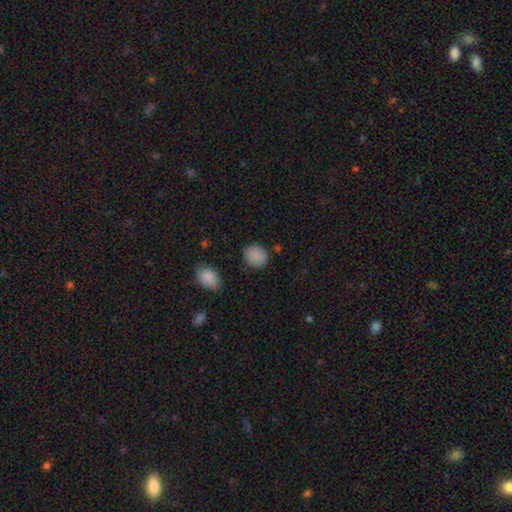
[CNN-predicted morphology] Smooth or featured? smooth (87%)
How rounded? round (73%)
Merging? none (83%)